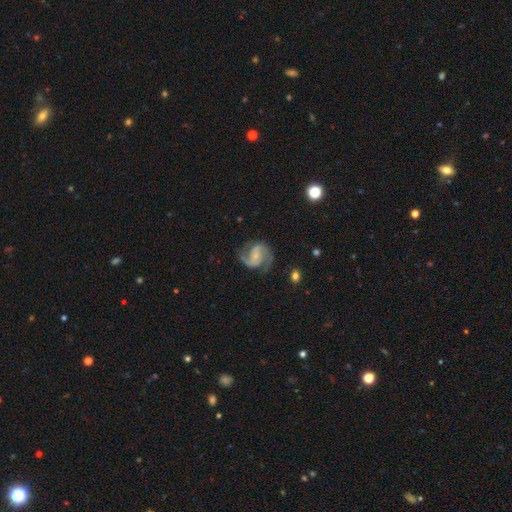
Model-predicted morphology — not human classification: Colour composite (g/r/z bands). It shows a featured or disk galaxy (88%) with no bar (48%), 2 (90%) medium (57%) spiral arms (97%) and a small central bulge (68%). Merging: none (74%).